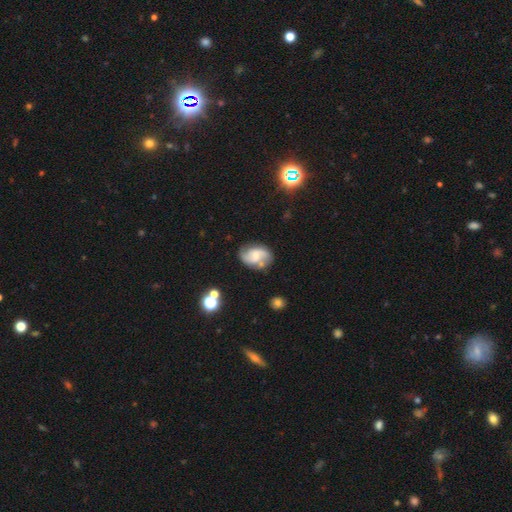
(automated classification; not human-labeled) Smooth or featured? Predicted: featured or disk (p=0.68). Edge-on disk? Predicted: no (p=0.97). Bar? Predicted: no (p=0.47). Spiral arms? Predicted: yes (p=0.91). Spiral winding? Predicted: medium (p=0.44). Spiral arm count? Predicted: 2 (p=0.86). Bulge size? Predicted: small (p=0.48). Merging? Predicted: none (p=0.68).